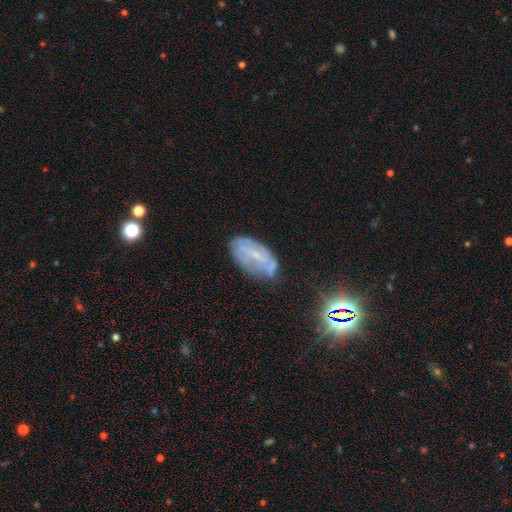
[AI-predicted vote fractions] Smooth or featured?
  - featured or disk: 59% *
  - smooth: 27%
  - star or artifact: 13%
Edge-on disk?
  - no: 93% *
  - yes: 7%
Bar?
  - weak: 43% *
  - no: 33%
  - strong: 24%
Spiral arms?
  - yes: 67% *
  - no: 33%
Bulge size?
  - small: 61% *
  - none: 24%
  - moderate: 12%
  - large: 1%
  - dominant: 1%
Merging?
  - none: 60% *
  - minor disturbance: 26%
  - major disturbance: 10%
  - merger: 4%